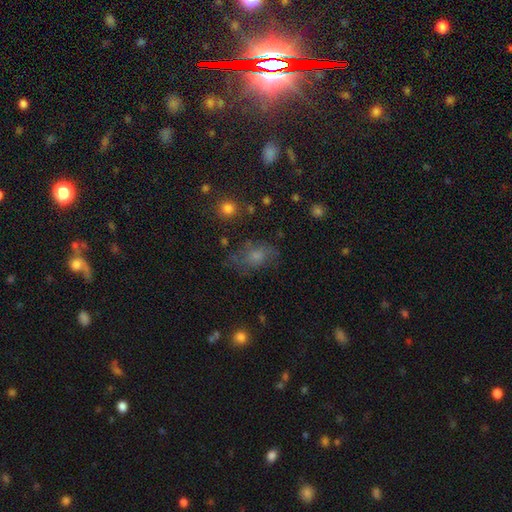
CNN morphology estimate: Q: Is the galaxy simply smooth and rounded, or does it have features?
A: smooth — 51%.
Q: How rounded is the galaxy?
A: in between — 73%.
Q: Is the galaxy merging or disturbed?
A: none — 58%.